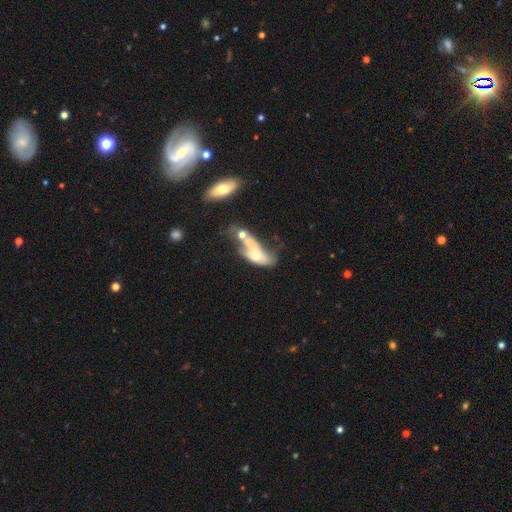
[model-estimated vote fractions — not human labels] Q: Smooth or featured?
A: featured or disk (46%); runner-up: smooth (44%)
Q: Merging?
A: merger (56%); runner-up: major disturbance (23%)